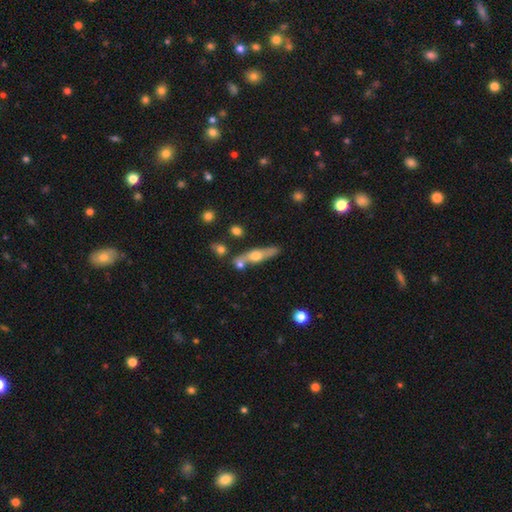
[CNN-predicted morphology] This is possibly a featured or disk galaxy (54%). It is clearly viewed edge-on (85%). Merging: likely none (65%).